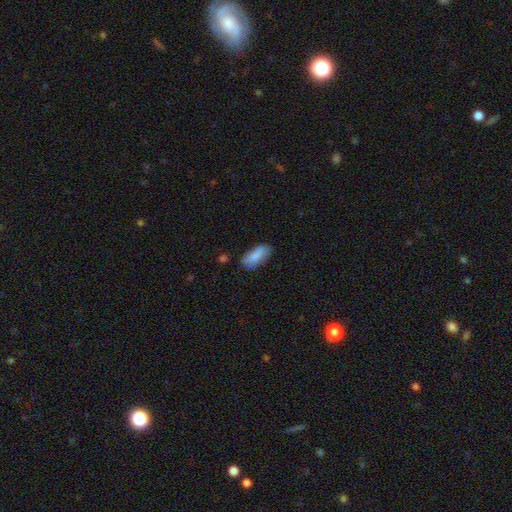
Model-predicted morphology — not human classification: This is clearly a smooth galaxy (82%). How rounded: clearly in between (83%). Merging: likely none (72%).